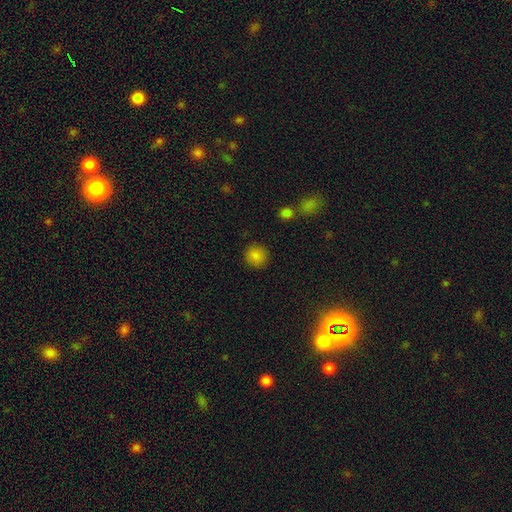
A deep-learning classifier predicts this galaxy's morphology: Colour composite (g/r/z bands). It shows a smooth galaxy with no disk features (85%) that is round (91%). Merging: none (89%).